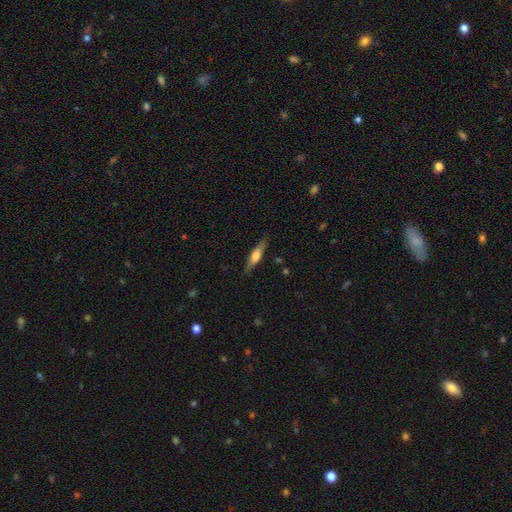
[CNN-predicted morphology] featured or disk 58%, smooth 36%, star or artifact 6%. Down the decision tree: edge-on disk — yes (95%); edge-on bulge — rounded (84%); merging — none (86%).